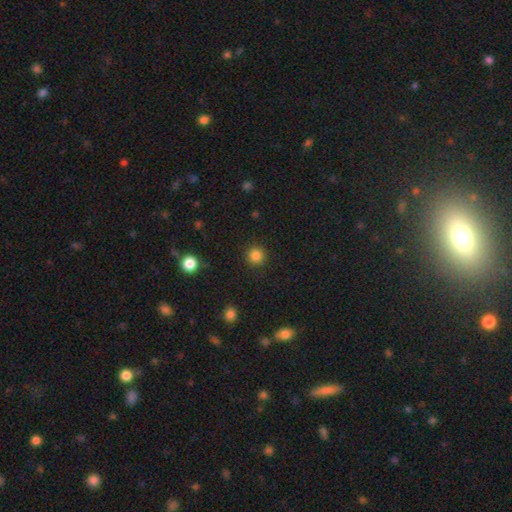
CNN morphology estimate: Smooth or featured? smooth (84%)
How rounded? round (94%)
Merging? none (91%)